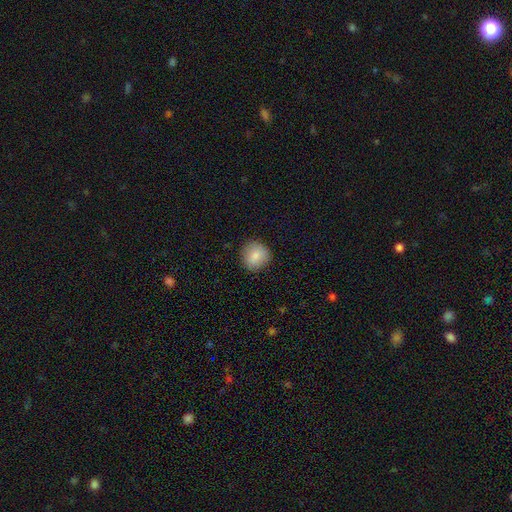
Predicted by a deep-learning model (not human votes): The model was most divided on "merging": none: 87%, minor disturbance: 10%, major disturbance: 2%, merger: 1%. More confident: how rounded — round (89%); smooth or featured — smooth (85%).